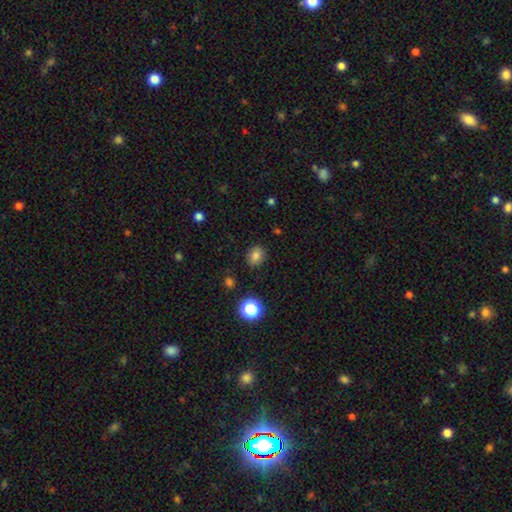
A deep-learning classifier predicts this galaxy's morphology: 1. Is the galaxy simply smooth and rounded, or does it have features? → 80% smooth, 13% star or artifact, 7% featured or disk.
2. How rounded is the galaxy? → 63% round, 36% in between, 1% cigar-shaped.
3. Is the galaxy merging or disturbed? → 87% none, 9% minor disturbance, 2% major disturbance, 1% merger.